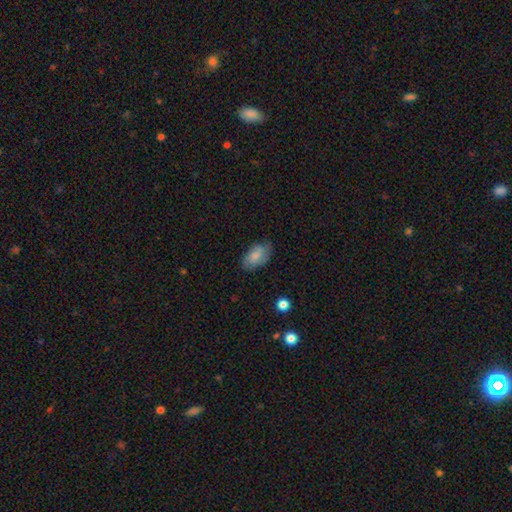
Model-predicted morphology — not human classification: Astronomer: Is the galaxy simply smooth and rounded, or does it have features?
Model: smooth — 75%.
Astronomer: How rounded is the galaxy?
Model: in between — 93%.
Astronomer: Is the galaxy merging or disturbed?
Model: none — 69%.